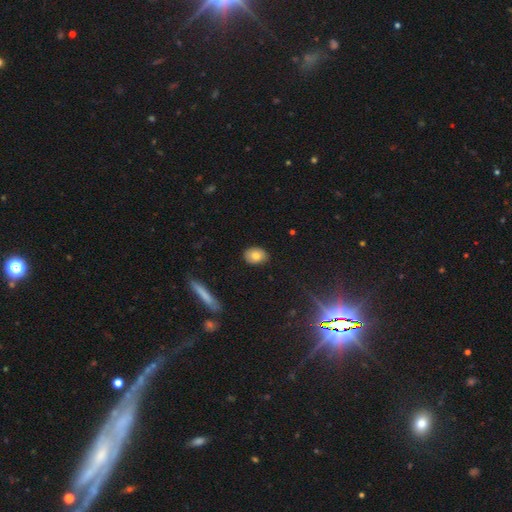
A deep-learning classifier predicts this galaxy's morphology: A smooth galaxy with no disk features (80%) that is in between round and cigar-shaped (72%). Merging: none (86%).